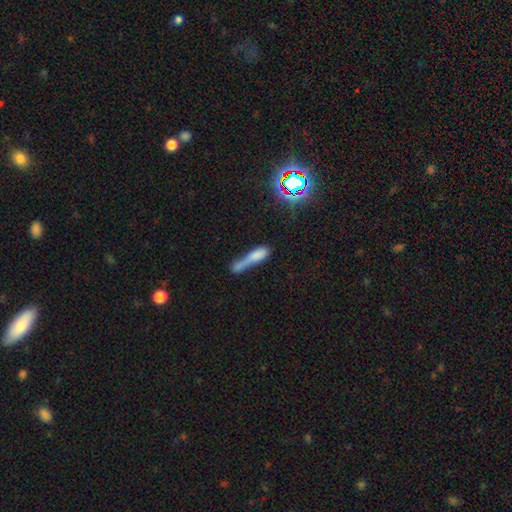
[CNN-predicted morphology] smooth-or-featured: smooth: 58% | featured or disk: 25% | star or artifact: 17%
  how-rounded: cigar-shaped: 69% | in between: 26% | round: 5%
  merging: merger: 36% | none: 26% | major disturbance: 19% | minor disturbance: 19%